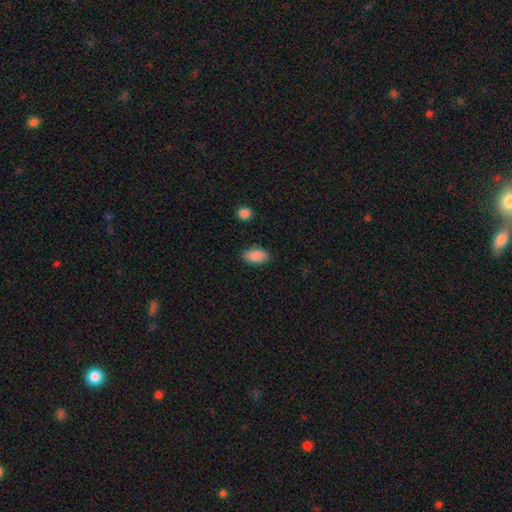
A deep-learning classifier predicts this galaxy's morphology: This is clearly a smooth galaxy (88%). How rounded: clearly in between (92%). Merging: clearly none (84%).